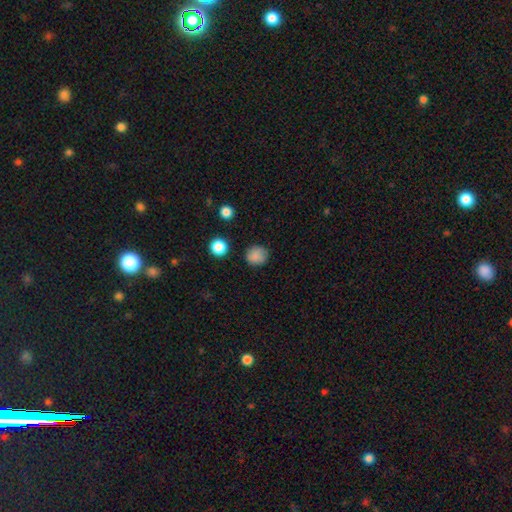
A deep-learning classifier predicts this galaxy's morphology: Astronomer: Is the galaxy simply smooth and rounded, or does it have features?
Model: smooth — 84%.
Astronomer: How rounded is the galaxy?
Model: round — 86%.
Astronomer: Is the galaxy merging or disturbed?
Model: none — 82%.